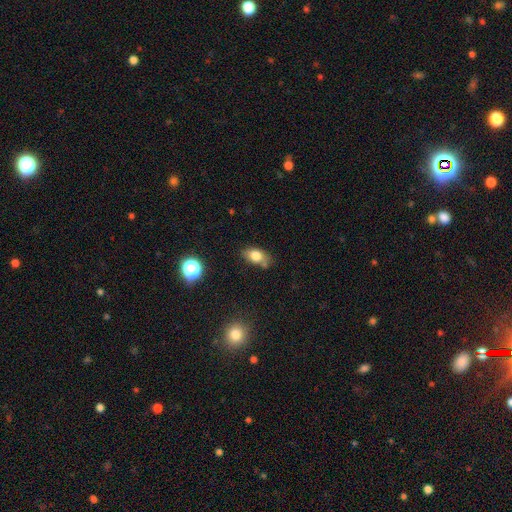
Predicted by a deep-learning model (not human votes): A smooth galaxy with no disk features (78%) that is in between round and cigar-shaped (84%). Merging: none (62%).